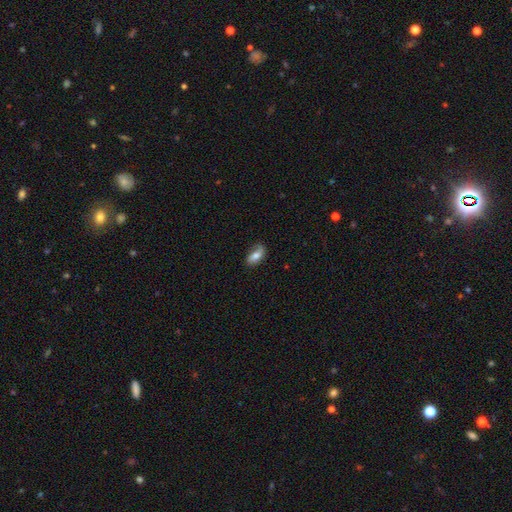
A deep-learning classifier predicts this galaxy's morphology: Smooth or featured? smooth (64%)
How rounded? in between (89%)
Merging? none (59%)